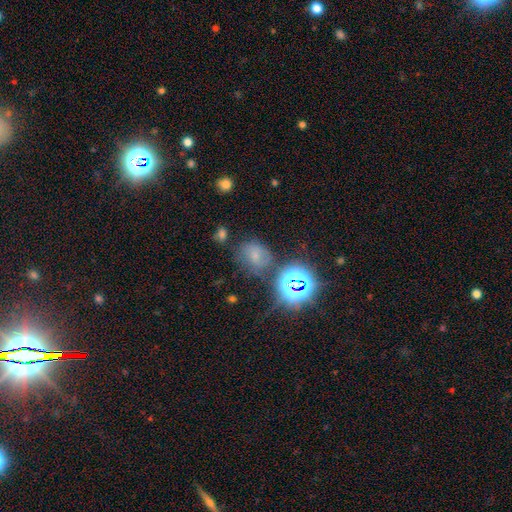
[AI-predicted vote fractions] Q: Smooth or featured?
A: smooth (52%); runner-up: star or artifact (31%)
Q: How rounded?
A: round (59%); runner-up: in between (39%)
Q: Merging?
A: none (60%); runner-up: minor disturbance (23%)